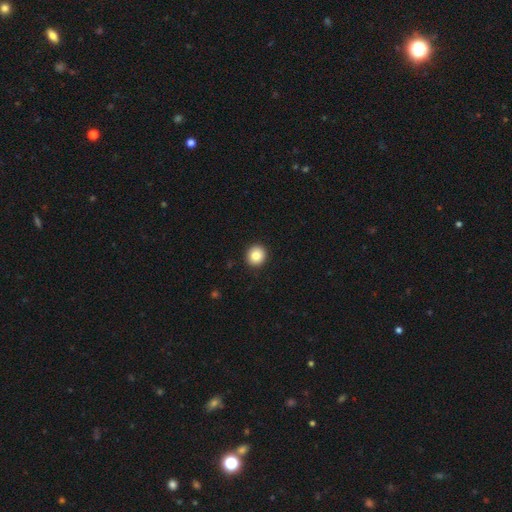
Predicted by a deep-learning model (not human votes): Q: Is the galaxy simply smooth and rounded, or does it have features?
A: smooth — 83%.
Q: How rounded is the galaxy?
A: round — 91%.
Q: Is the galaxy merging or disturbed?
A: none — 93%.